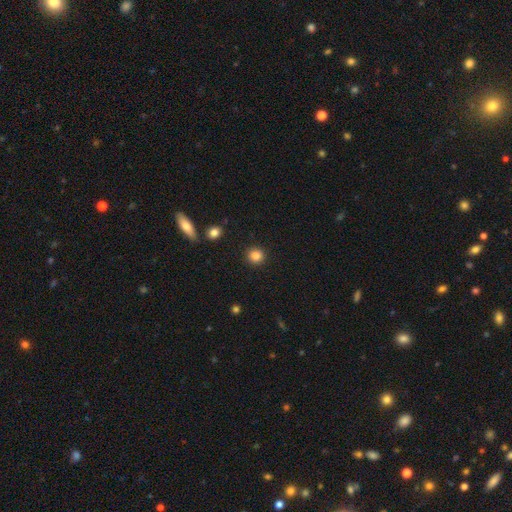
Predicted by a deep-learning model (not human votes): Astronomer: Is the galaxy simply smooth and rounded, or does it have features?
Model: smooth — 86%.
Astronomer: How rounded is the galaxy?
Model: round — 91%.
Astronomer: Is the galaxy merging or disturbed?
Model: none — 91%.